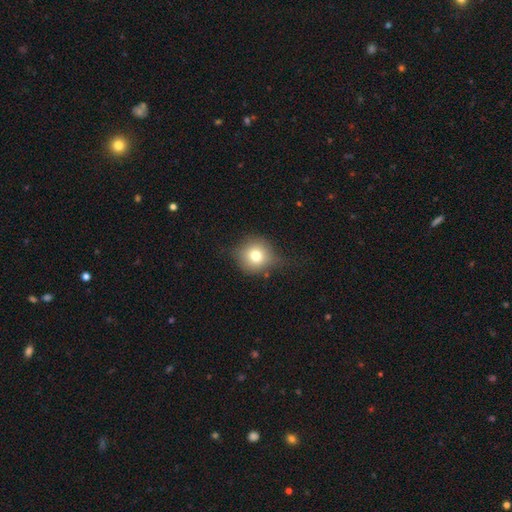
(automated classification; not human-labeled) Q: Smooth or featured?
A: smooth (73%); runner-up: featured or disk (15%)
Q: How rounded?
A: round (90%); runner-up: in between (9%)
Q: Merging?
A: none (65%); runner-up: minor disturbance (25%)